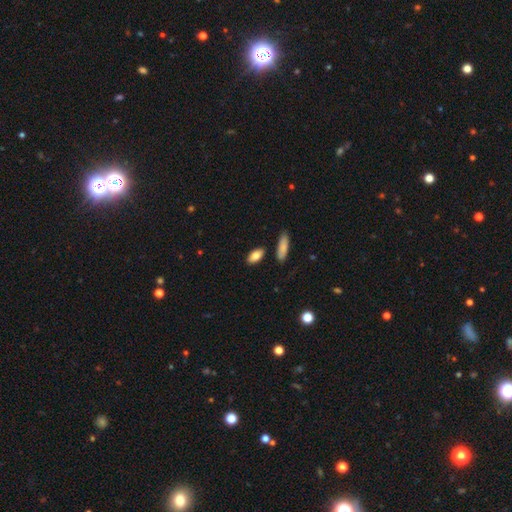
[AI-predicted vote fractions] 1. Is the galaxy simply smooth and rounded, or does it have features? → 83% smooth, 10% featured or disk, 7% star or artifact.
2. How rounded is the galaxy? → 86% in between, 9% cigar-shaped, 4% round.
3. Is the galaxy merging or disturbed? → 84% none, 10% minor disturbance, 4% merger, 2% major disturbance.